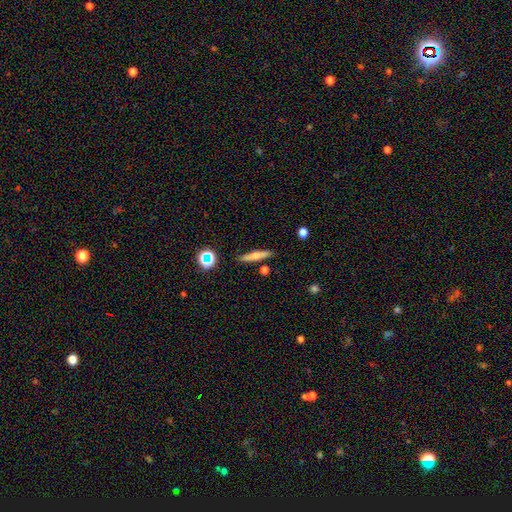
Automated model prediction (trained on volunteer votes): Smooth or featured?
  - smooth: 59% *
  - featured or disk: 31%
  - star or artifact: 10%
How rounded?
  - cigar-shaped: 86% *
  - in between: 11%
  - round: 3%
Merging?
  - none: 84% *
  - minor disturbance: 9%
  - merger: 4%
  - major disturbance: 2%